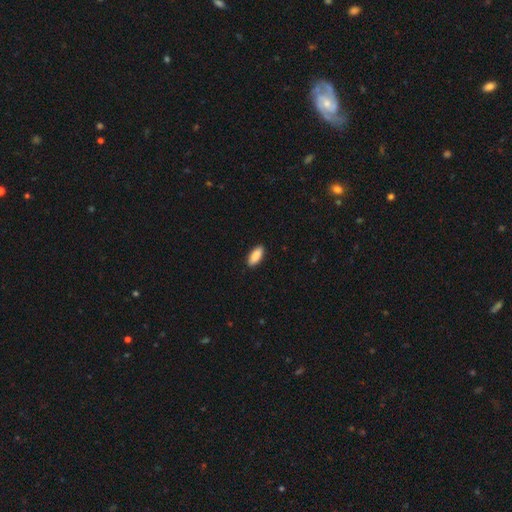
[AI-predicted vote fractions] A smooth galaxy with no disk features (90%) that is in between round and cigar-shaped (85%). Merging: none (90%).